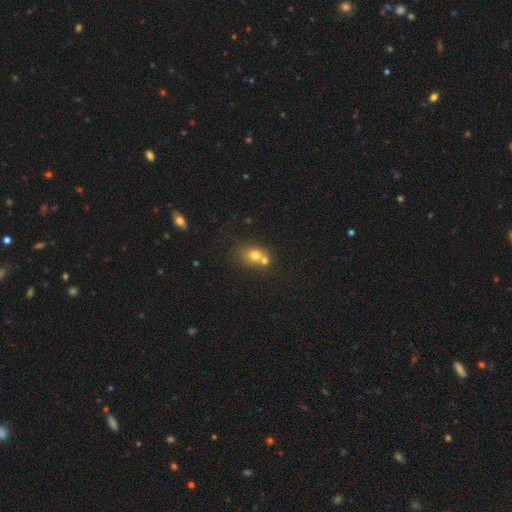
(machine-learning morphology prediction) A smooth galaxy with no disk features (69%) that is round (60%).

Vote fractions:
- Smooth or featured? smooth: 69% / featured or disk: 16% / star or artifact: 15%
- How rounded? round: 60% / in between: 39% / cigar-shaped: 1%
- Merging? merger: 48% / none: 39% / minor disturbance: 9% / major disturbance: 4%